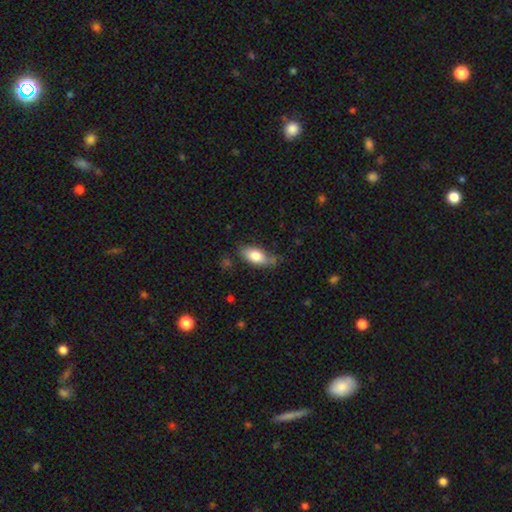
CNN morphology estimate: A smooth galaxy with no disk features (75%) that is in between round and cigar-shaped (83%). Merging: none (67%).